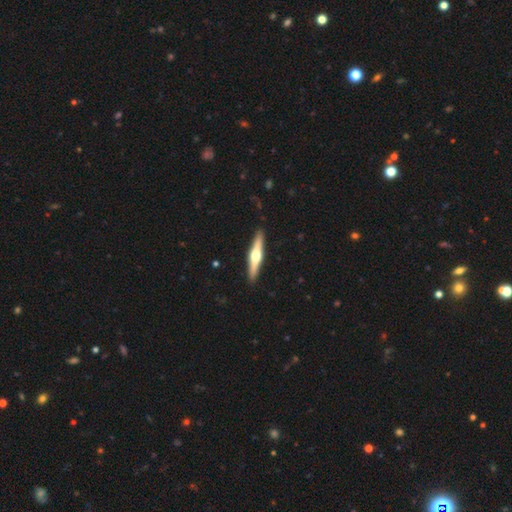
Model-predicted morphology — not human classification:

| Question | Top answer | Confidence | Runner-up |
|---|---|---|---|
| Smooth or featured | featured or disk | 66% | smooth (29%) |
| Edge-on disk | yes | 97% | no (3%) |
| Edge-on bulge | rounded | 94% | boxy (4%) |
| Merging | none | 91% | minor disturbance (6%) |